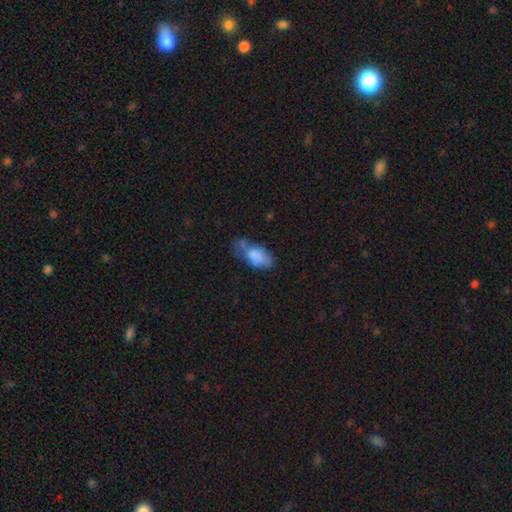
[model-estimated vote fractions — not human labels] Morphology: type=smooth (73%); roundness=in between (91%); merging=minor disturbance (32%).